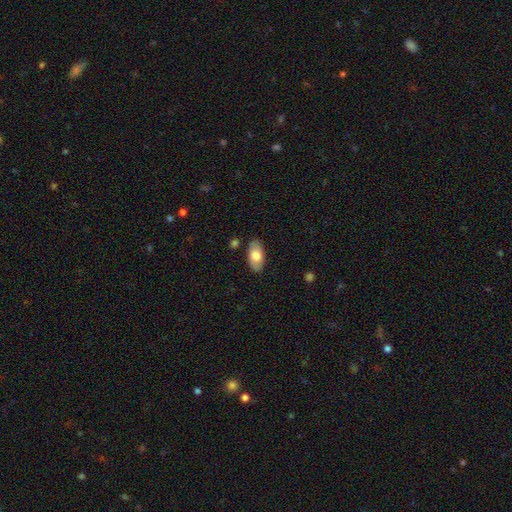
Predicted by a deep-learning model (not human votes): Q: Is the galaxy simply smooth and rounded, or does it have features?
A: smooth — 73%.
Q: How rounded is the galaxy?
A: in between — 94%.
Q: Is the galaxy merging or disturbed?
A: none — 84%.